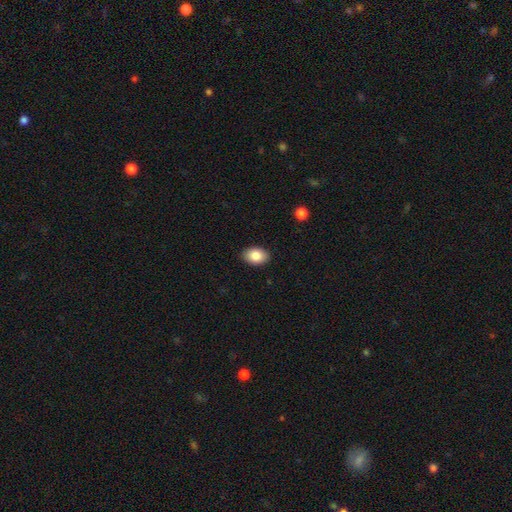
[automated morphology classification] A smooth galaxy with no disk features (86%) that is in between round and cigar-shaped (86%). Merging: none (89%).